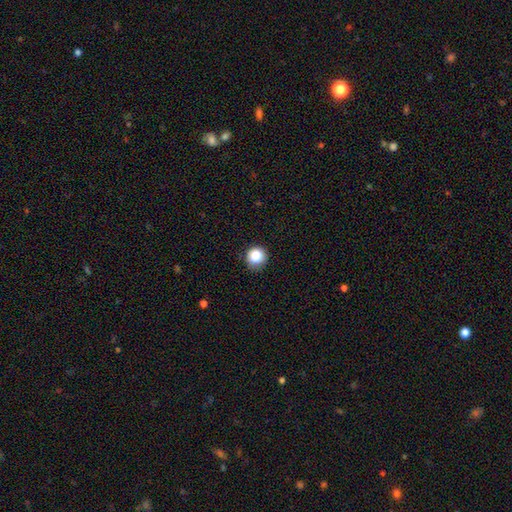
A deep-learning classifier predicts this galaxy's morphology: Overall: smooth (86%). How rounded: round (91%). Merging: none (79%).